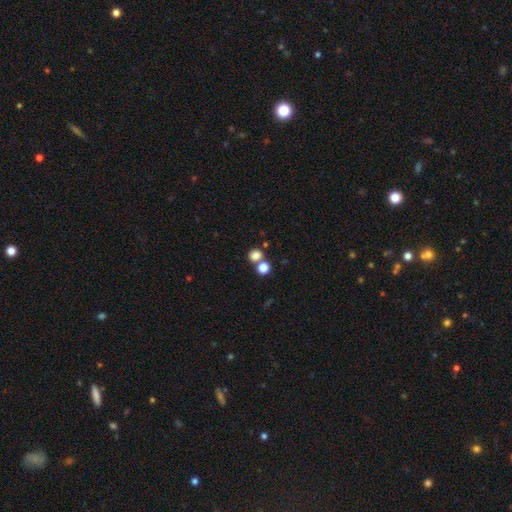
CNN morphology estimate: The model was most divided on "merging": none: 56%, merger: 33%, minor disturbance: 7%, major disturbance: 3%. More confident: smooth or featured — smooth (80%); how rounded — round (75%).